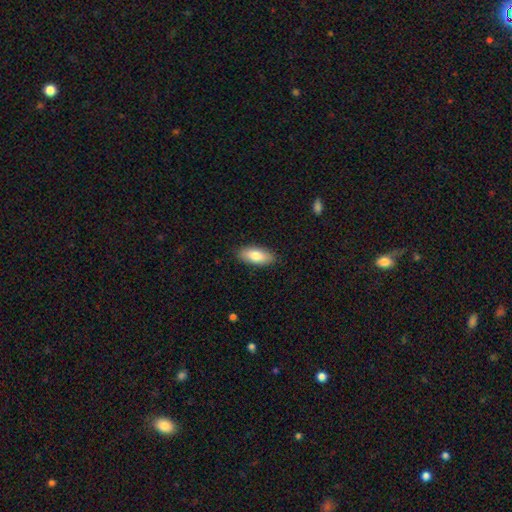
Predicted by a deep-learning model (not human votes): Overall: smooth (82%). How rounded: in between (84%). Merging: none (88%).